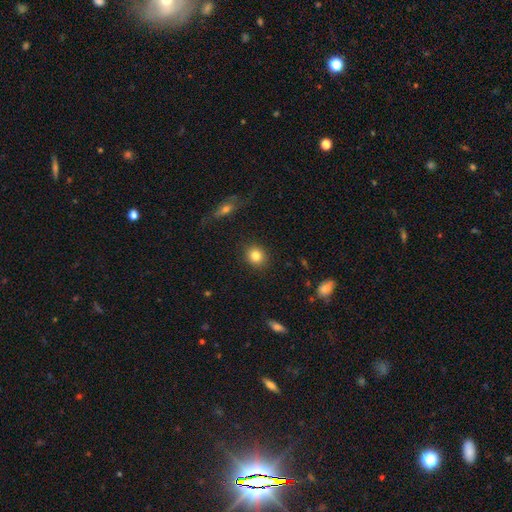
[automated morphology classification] A smooth galaxy with no disk features (83%) that is round (81%).

Vote fractions:
- Smooth or featured? smooth: 83% / star or artifact: 10% / featured or disk: 7%
- How rounded? round: 81% / in between: 18% / cigar-shaped: 1%
- Merging? none: 90% / minor disturbance: 7% / major disturbance: 2% / merger: 1%